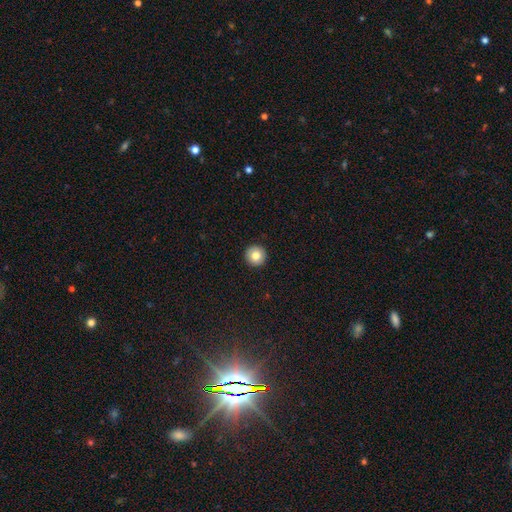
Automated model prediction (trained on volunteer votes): A smooth galaxy with no disk features (81%) that is round (96%).

Vote fractions:
- Smooth or featured? smooth: 81% / featured or disk: 9% / star or artifact: 9%
- How rounded? round: 96% / in between: 3% / cigar-shaped: 1%
- Merging? none: 93% / minor disturbance: 4% / major disturbance: 1% / merger: 1%